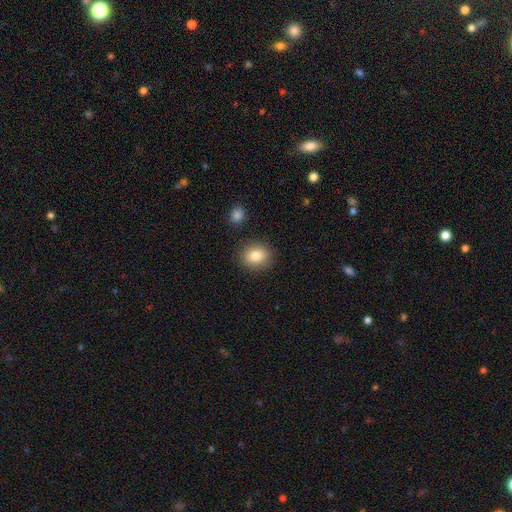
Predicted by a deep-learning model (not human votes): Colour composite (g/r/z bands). It shows a smooth galaxy with no disk features (81%) that is round (71%). Merging: none (86%).